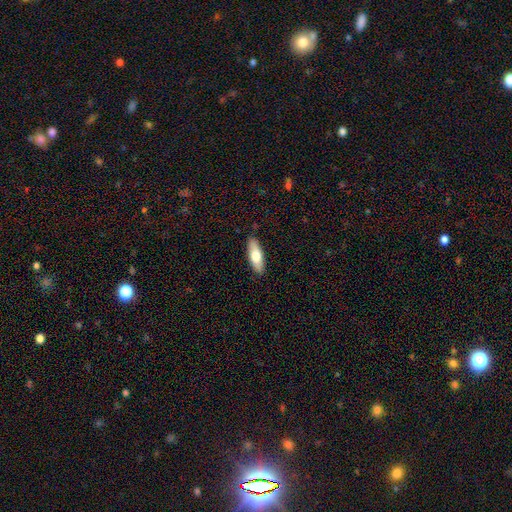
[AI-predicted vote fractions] smooth-or-featured: smooth: 70% | featured or disk: 24% | star or artifact: 5%
  how-rounded: in between: 62% | cigar-shaped: 36% | round: 2%
  merging: none: 88% | minor disturbance: 9% | major disturbance: 2% | merger: 1%